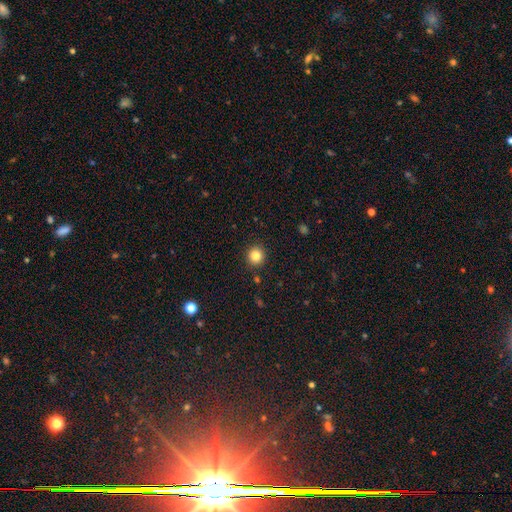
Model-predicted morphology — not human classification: smooth_or_featured: smooth (p=0.83) [alt: star or artifact p=0.11]
how_rounded: round (p=0.92) [alt: in between p=0.07]
merging: none (p=0.91) [alt: minor disturbance p=0.05]